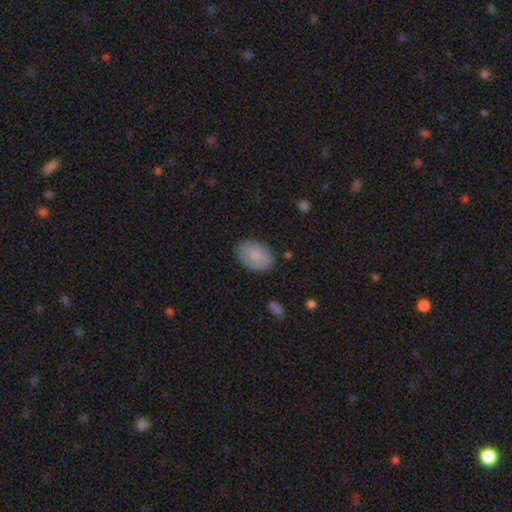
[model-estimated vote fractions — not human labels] Smooth or featured: smooth — 84% (featured or disk — 10%)
How rounded: in between — 87% (round — 12%)
Merging: none — 83% (minor disturbance — 13%)